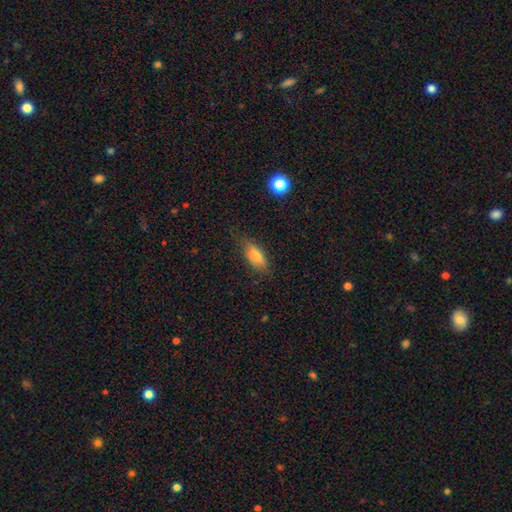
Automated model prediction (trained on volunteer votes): Q: Smooth or featured?
A: smooth (81%); runner-up: featured or disk (11%)
Q: How rounded?
A: in between (80%); runner-up: cigar-shaped (17%)
Q: Merging?
A: none (67%); runner-up: minor disturbance (24%)